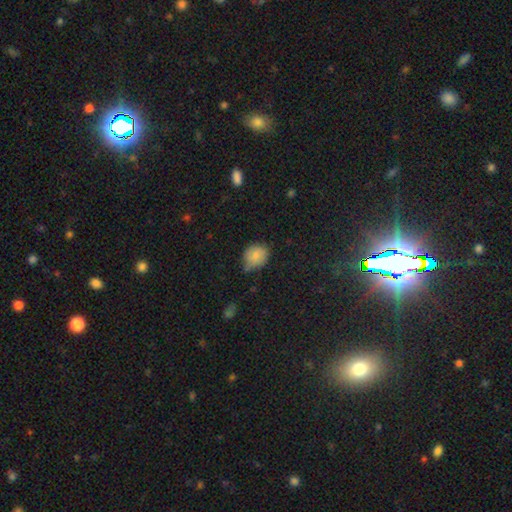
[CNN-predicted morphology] Smooth or featured?
  - smooth: 83% *
  - star or artifact: 9%
  - featured or disk: 7%
How rounded?
  - round: 61% *
  - in between: 38%
  - cigar-shaped: 1%
Merging?
  - none: 58% *
  - minor disturbance: 33%
  - major disturbance: 6%
  - merger: 3%